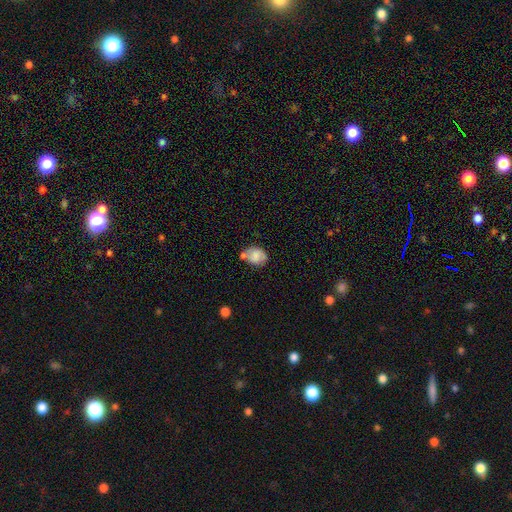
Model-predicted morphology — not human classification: Smooth or featured? smooth (76%)
How rounded? in between (56%)
Merging? none (52%)